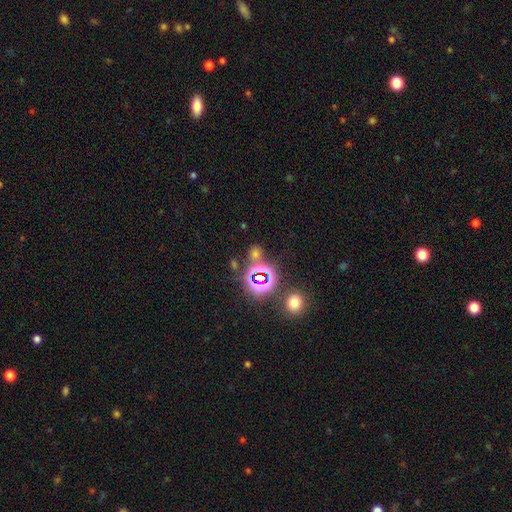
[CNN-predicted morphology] A star or artifact, not a galaxy (71%).